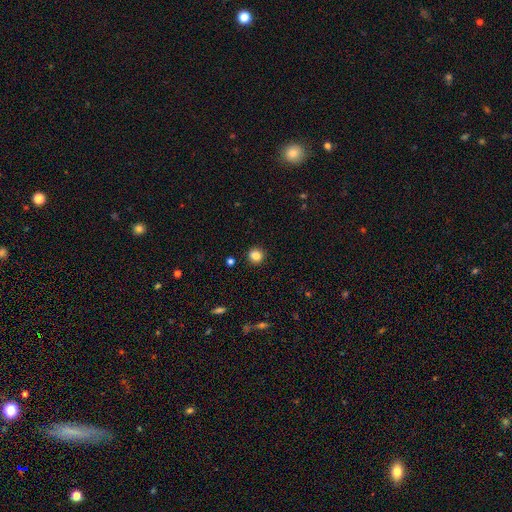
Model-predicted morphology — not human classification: type=smooth (85%); roundness=round (89%); merging=none (90%).